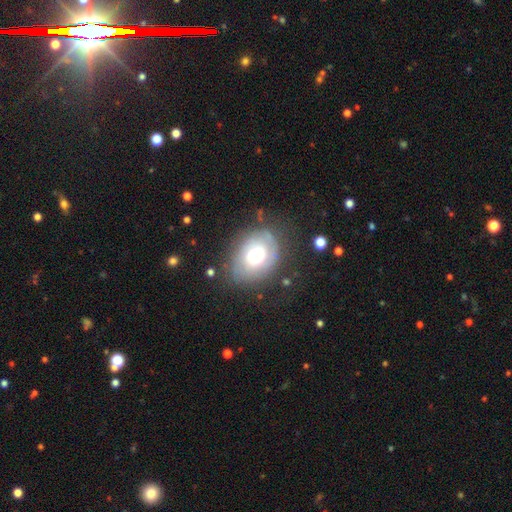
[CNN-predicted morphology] This is possibly a smooth galaxy (54%). How rounded: likely in between (64%). Merging: likely none (69%).